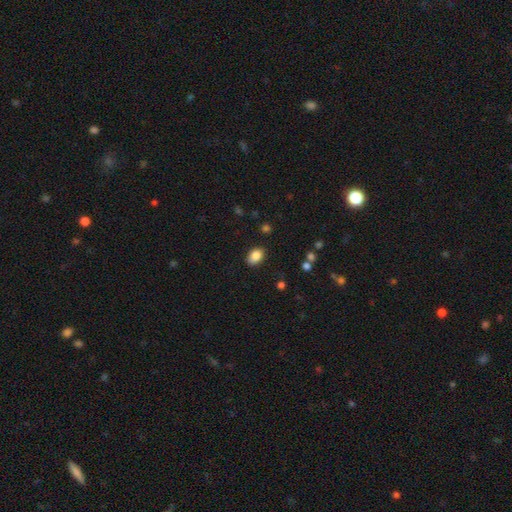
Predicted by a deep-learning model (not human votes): Smooth or featured? smooth (87%)
How rounded? in between (82%)
Merging? none (85%)